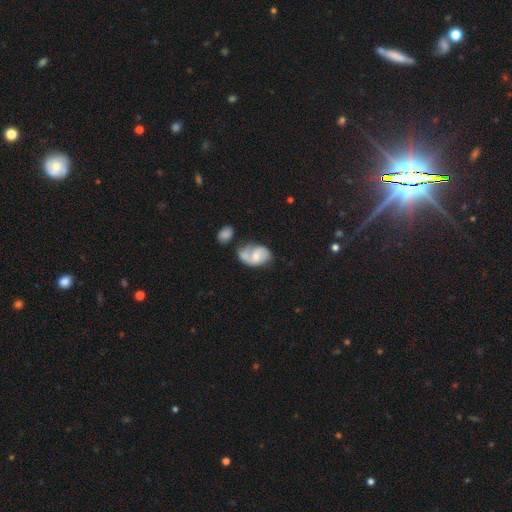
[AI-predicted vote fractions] This is possibly a featured or disk galaxy (50%). It is clearly not viewed edge-on (96%). Merging: marginally merger (37%).